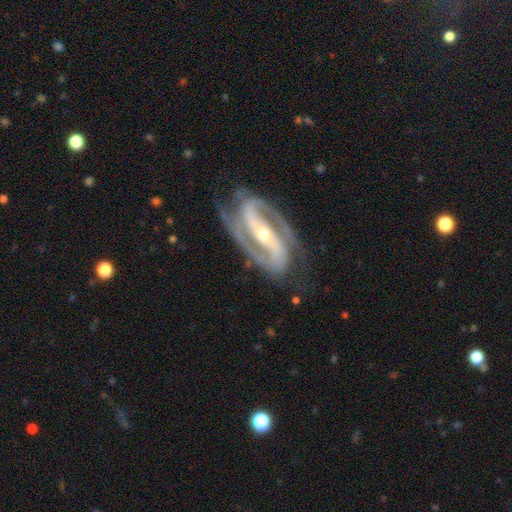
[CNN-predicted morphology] Overall: featured or disk (91%). Edge-on disk: no (94%). Bar: strong (68%). Spiral arms: yes (98%). Spiral arm count: 2 (87%). Spiral winding: medium (48%; tight 34%). Bulge size: small (58%; moderate 38%). Merging: none (77%).